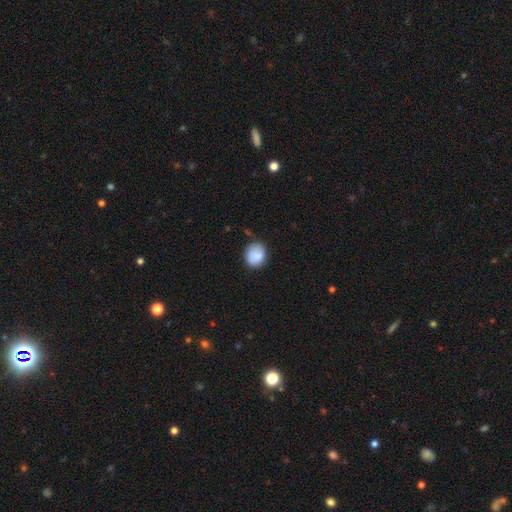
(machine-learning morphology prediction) Overall: smooth (85%). How rounded: round (65%; in between 34%). Merging: none (71%).